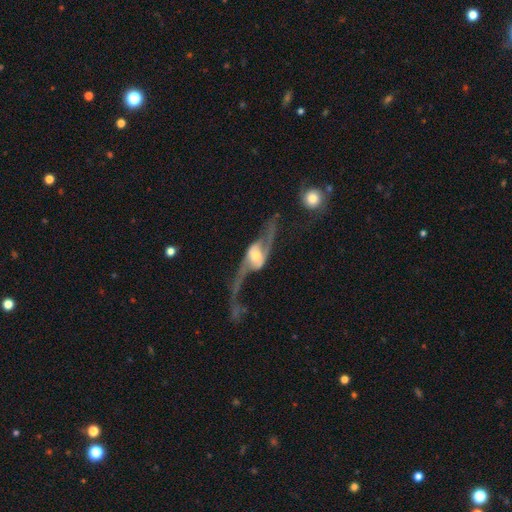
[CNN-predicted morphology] smooth-or-featured: featured or disk: 86% | smooth: 9% | star or artifact: 5%
  disk-edge-on: no: 84% | yes: 16%
    bar: no: 44% | weak: 34% | strong: 22%
    has-spiral-arms: yes: 90% | no: 10%
      spiral-winding: loose: 85% | medium: 11% | tight: 4%
      spiral-arm-count: 2: 91% | 1: 3% | can't tell: 3% | 3: 1% | 4: 1% | more than 4: 1%
    bulge-size: moderate: 58% | small: 20% | large: 17% | dominant: 3% | none: 2%
  merging: none: 44% | major disturbance: 32% | minor disturbance: 15% | merger: 8%